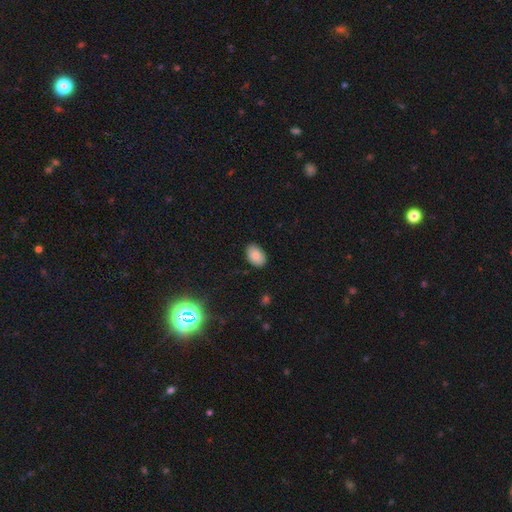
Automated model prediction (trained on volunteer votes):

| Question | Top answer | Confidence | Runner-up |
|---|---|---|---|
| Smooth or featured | smooth | 83% | featured or disk (9%) |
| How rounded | in between | 87% | round (12%) |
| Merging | none | 86% | minor disturbance (11%) |